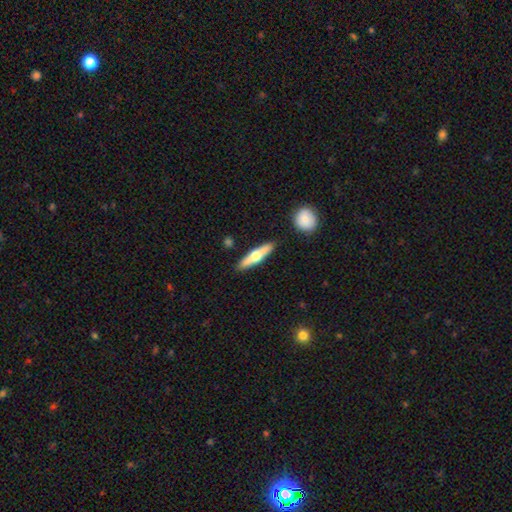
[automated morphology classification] A featured or disk galaxy (52%) viewed edge-on (93%). Merging: none (88%).